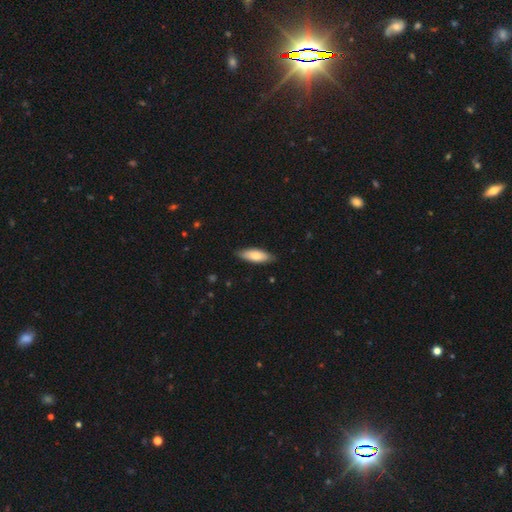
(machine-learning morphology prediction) Smooth or featured?
  - smooth: 77% *
  - featured or disk: 18%
  - star or artifact: 5%
How rounded?
  - in between: 66% *
  - cigar-shaped: 32%
  - round: 2%
Merging?
  - none: 85% *
  - minor disturbance: 12%
  - major disturbance: 2%
  - merger: 1%